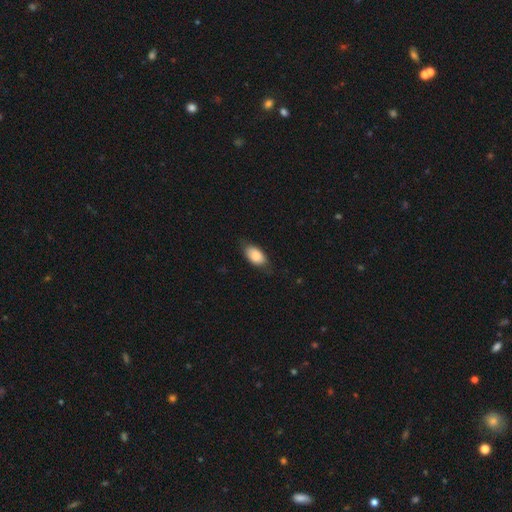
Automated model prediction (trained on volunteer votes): smooth_or_featured: smooth (p=0.85) [alt: featured or disk p=0.09]
how_rounded: in between (p=0.92) [alt: round p=0.05]
merging: none (p=0.74) [alt: minor disturbance p=0.20]